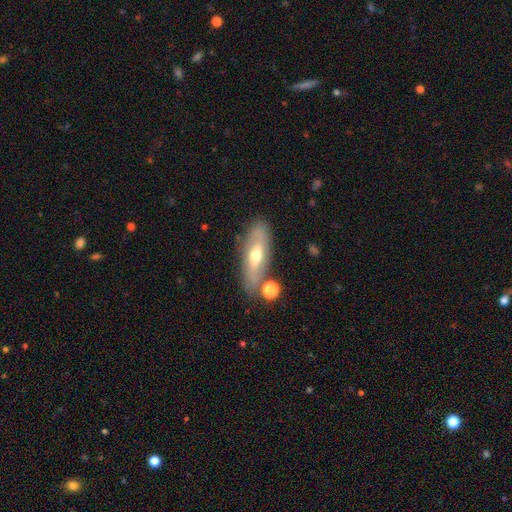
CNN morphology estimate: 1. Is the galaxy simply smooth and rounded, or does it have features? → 47% featured or disk, 46% smooth, 7% star or artifact.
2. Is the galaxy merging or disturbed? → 73% none, 15% minor disturbance, 7% merger, 4% major disturbance.